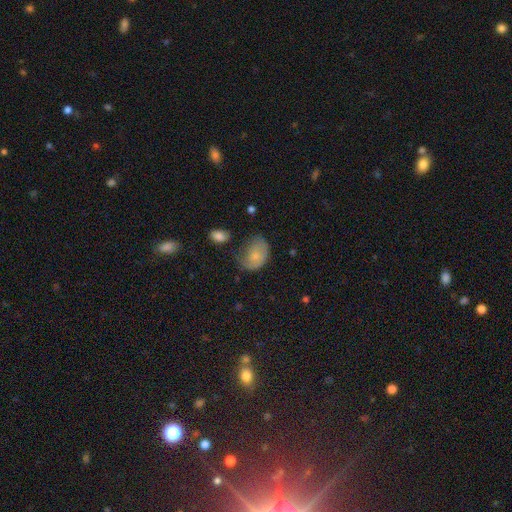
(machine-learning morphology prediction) smooth_or_featured: smooth (p=0.70) [alt: featured or disk p=0.22]
how_rounded: in between (p=0.77) [alt: round p=0.22]
merging: none (p=0.38) [alt: minor disturbance p=0.37]